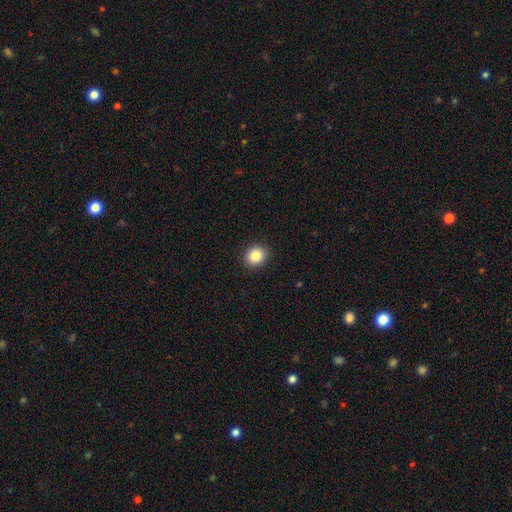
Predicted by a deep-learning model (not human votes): The model was most divided on "how rounded": round: 78%, in between: 21%, cigar-shaped: 1%. More confident: merging — none (91%); smooth or featured — smooth (86%).